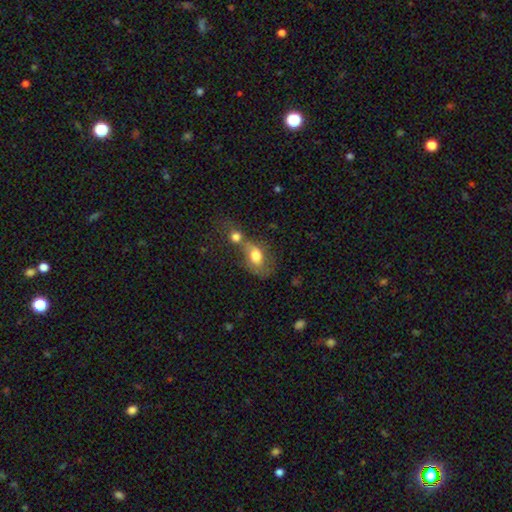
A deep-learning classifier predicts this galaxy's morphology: Overall: smooth (70%). How rounded: in between (75%). Merging: merger (54%; none 21%).